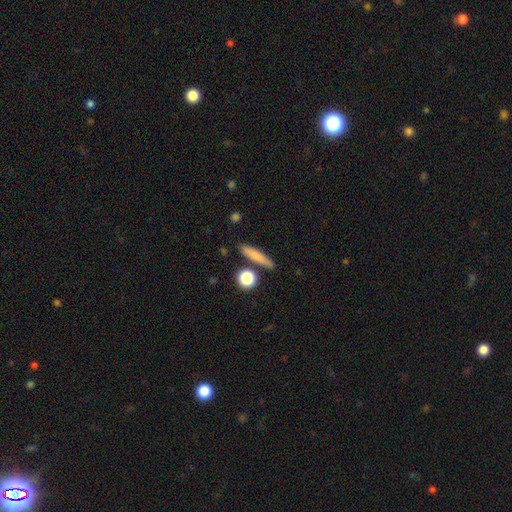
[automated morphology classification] Smooth or featured? Predicted: smooth (p=0.75). How rounded? Predicted: cigar-shaped (p=0.79). Merging? Predicted: none (p=0.80).